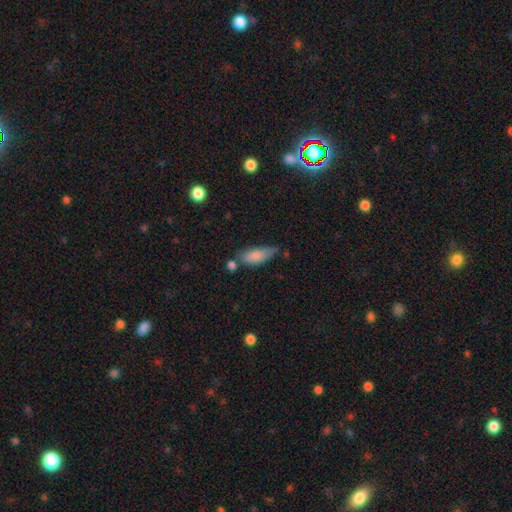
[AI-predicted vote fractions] Q: Smooth or featured?
A: smooth (81%); runner-up: featured or disk (12%)
Q: How rounded?
A: in between (64%); runner-up: cigar-shaped (34%)
Q: Merging?
A: none (52%); runner-up: minor disturbance (29%)